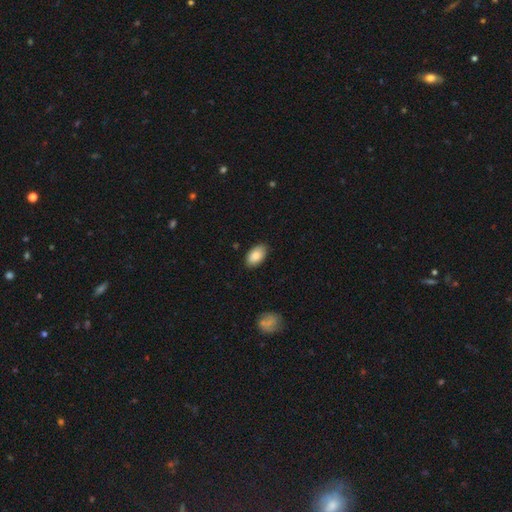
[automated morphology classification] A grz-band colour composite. It shows a smooth galaxy with no disk features (84%) that is in between round and cigar-shaped (94%). Merging: none (86%).